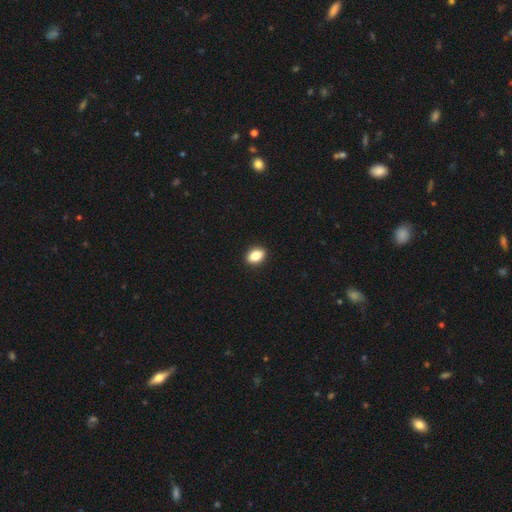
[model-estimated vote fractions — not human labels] Q: Smooth or featured?
A: smooth (84%); runner-up: star or artifact (8%)
Q: How rounded?
A: in between (81%); runner-up: round (17%)
Q: Merging?
A: none (91%); runner-up: minor disturbance (6%)